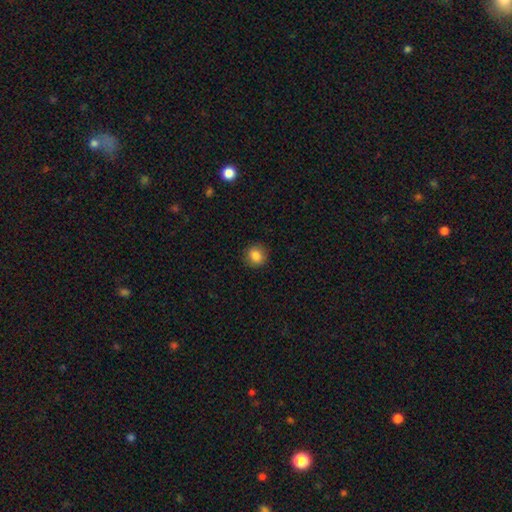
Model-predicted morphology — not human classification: smooth-or-featured: smooth: 85% | star or artifact: 10% | featured or disk: 5%
  how-rounded: round: 85% | in between: 15% | cigar-shaped: 1%
  merging: none: 88% | minor disturbance: 9% | major disturbance: 2% | merger: 1%